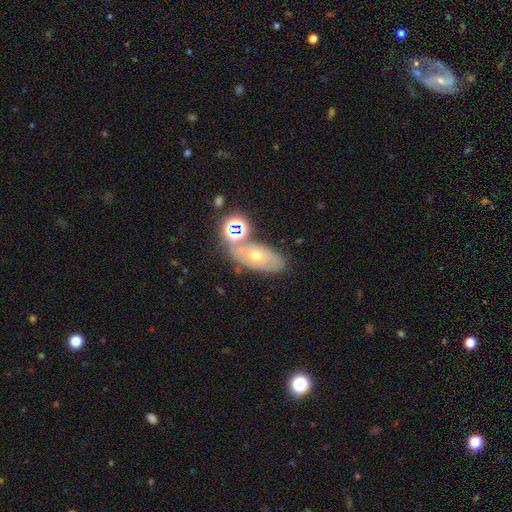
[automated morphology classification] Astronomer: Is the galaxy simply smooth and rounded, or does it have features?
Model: featured or disk — 48% (runner-up: smooth, 29%).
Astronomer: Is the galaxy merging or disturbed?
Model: none — 63%.